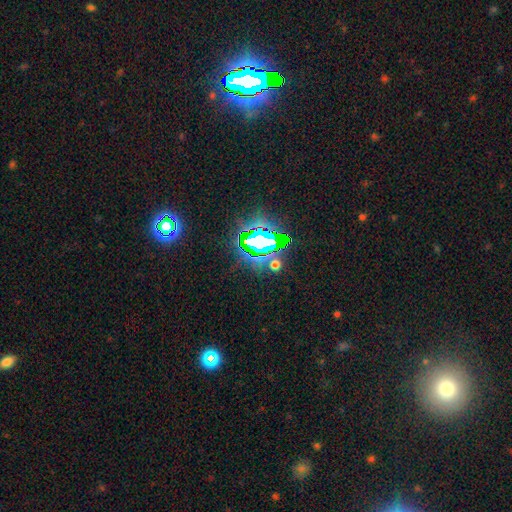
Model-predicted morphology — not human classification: The model was most divided on "smooth or featured": star or artifact: 79%, smooth: 12%, featured or disk: 8%.